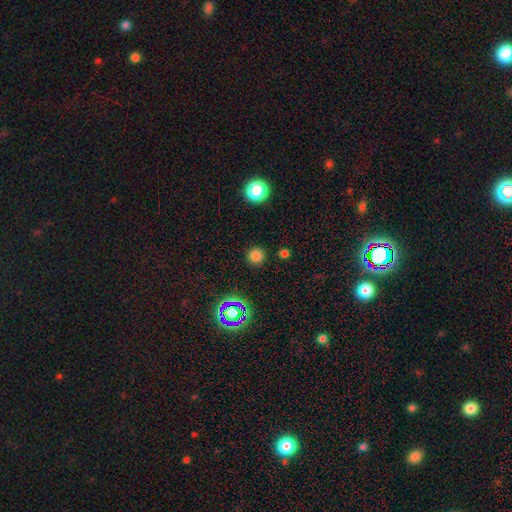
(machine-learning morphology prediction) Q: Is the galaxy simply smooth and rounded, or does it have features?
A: smooth — 77%.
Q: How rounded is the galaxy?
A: round — 95%.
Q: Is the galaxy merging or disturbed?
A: none — 90%.